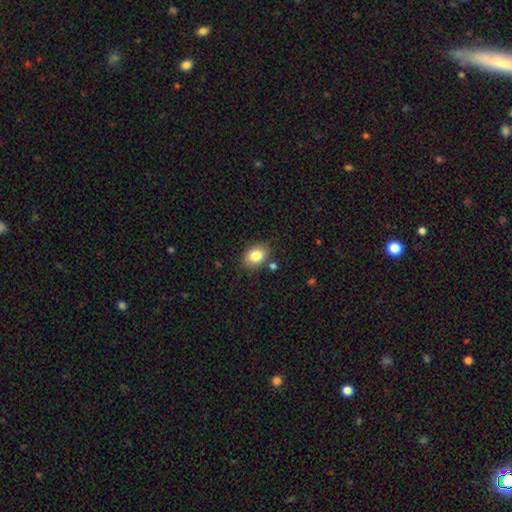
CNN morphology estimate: Q: Smooth or featured?
A: smooth (83%); runner-up: star or artifact (9%)
Q: How rounded?
A: in between (70%); runner-up: round (29%)
Q: Merging?
A: none (81%); runner-up: minor disturbance (11%)